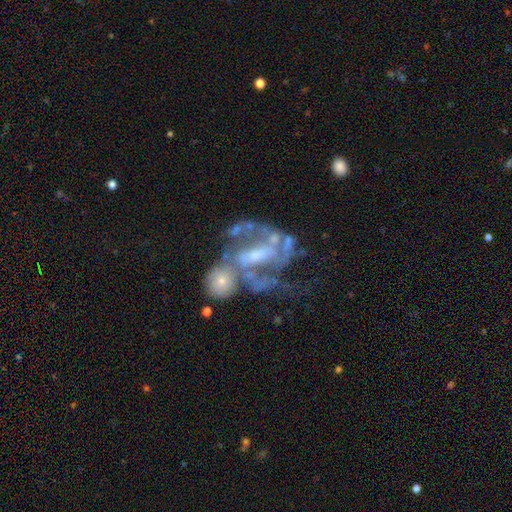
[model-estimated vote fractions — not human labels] A featured or disk galaxy (84%) with a weak bar (41%), 2 (64%) medium (48%) spiral arms (85%) and a small central bulge (43%). Merging: merger (40%).